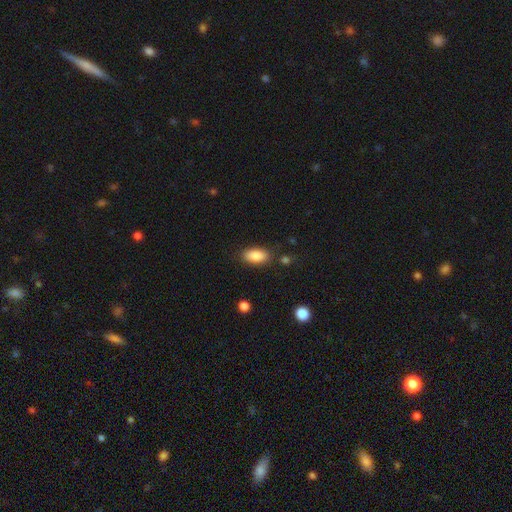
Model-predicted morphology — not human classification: smooth_or_featured: smooth (p=0.87) [alt: star or artifact p=0.07]
how_rounded: in between (p=0.89) [alt: cigar-shaped p=0.08]
merging: none (p=0.83) [alt: minor disturbance p=0.11]